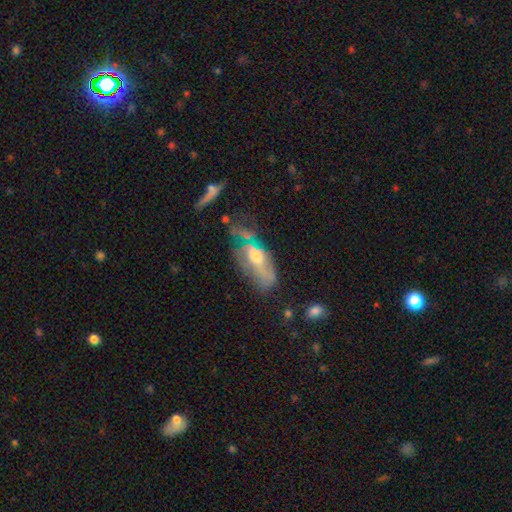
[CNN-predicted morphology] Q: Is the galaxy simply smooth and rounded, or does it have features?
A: featured or disk — 51%.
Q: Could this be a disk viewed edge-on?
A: no — 82%.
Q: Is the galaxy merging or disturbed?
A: major disturbance — 33%.